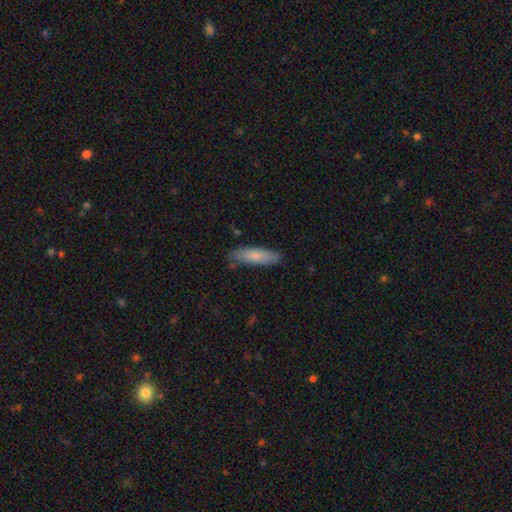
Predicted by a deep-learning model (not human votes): A smooth galaxy with no disk features (81%) that is cigar-shaped (60%). Merging: none (82%).